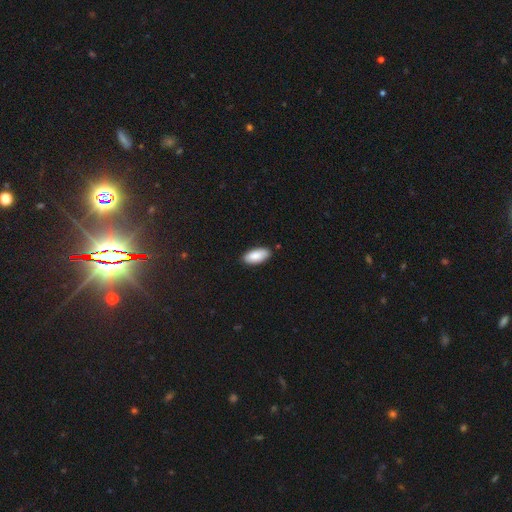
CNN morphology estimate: Q: Smooth or featured?
A: smooth (89%); runner-up: star or artifact (6%)
Q: How rounded?
A: in between (91%); runner-up: cigar-shaped (8%)
Q: Merging?
A: none (86%); runner-up: minor disturbance (11%)